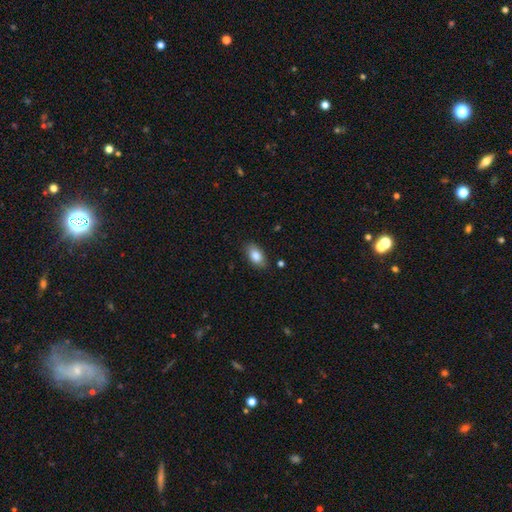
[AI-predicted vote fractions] The model was most divided on "merging": none: 84%, minor disturbance: 12%, major disturbance: 3%, merger: 1%. More confident: how rounded — in between (92%); smooth or featured — smooth (84%).